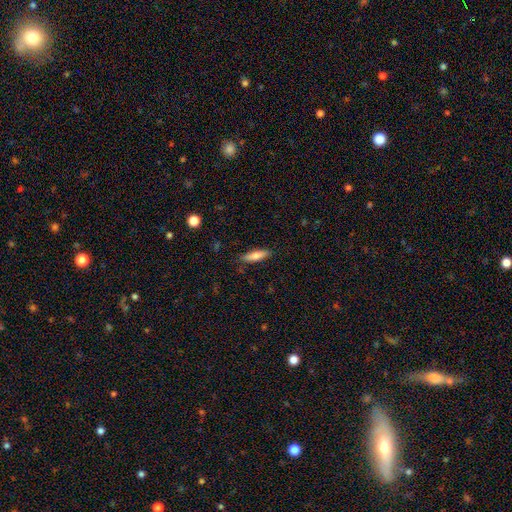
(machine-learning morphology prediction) smooth_or_featured: smooth (p=0.74) [alt: featured or disk p=0.20]
how_rounded: cigar-shaped (p=0.57) [alt: in between p=0.41]
merging: none (p=0.86) [alt: minor disturbance p=0.11]